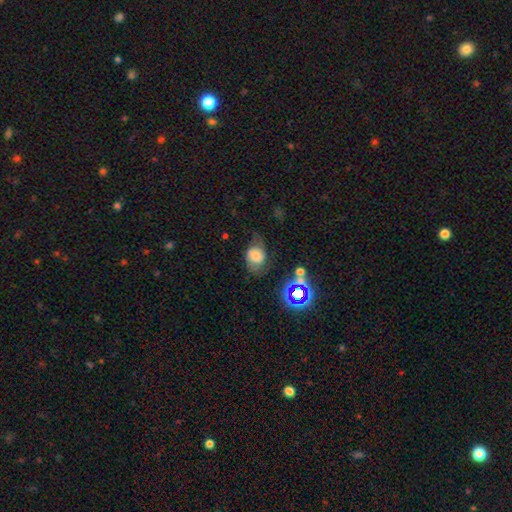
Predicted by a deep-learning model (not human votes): Smooth or featured? smooth (50%)
How rounded? in between (54%)
Merging? none (45%)